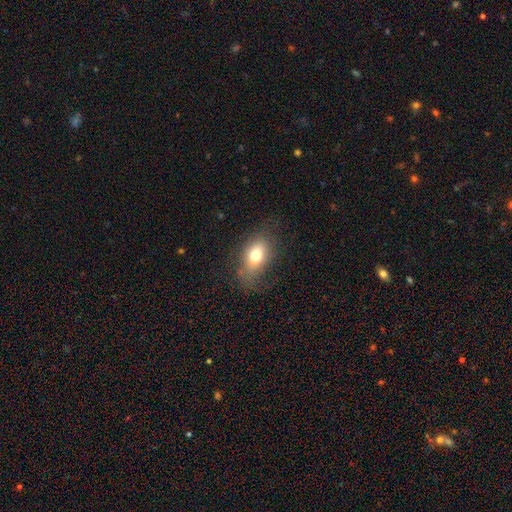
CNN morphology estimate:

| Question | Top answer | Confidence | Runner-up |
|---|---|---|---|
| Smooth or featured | smooth | 73% | featured or disk (17%) |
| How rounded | in between | 84% | round (14%) |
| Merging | none | 67% | minor disturbance (21%) |